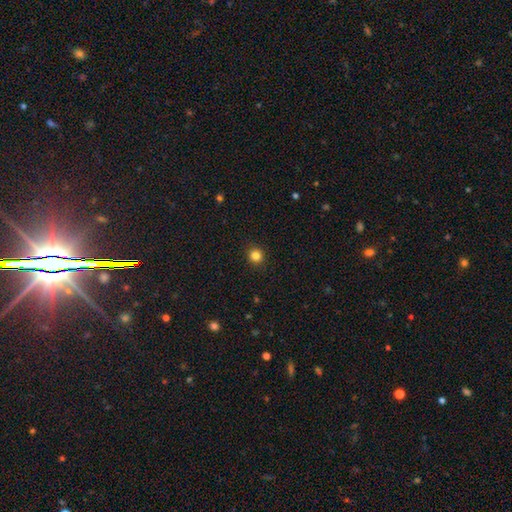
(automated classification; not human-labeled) Smooth or featured? smooth (83%)
How rounded? round (91%)
Merging? none (92%)